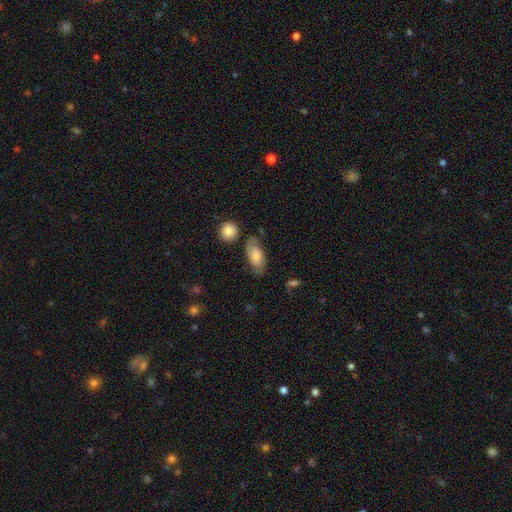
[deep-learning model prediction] Smooth or featured? Predicted: smooth (p=0.63). How rounded? Predicted: in between (p=0.90). Merging? Predicted: none (p=0.65).